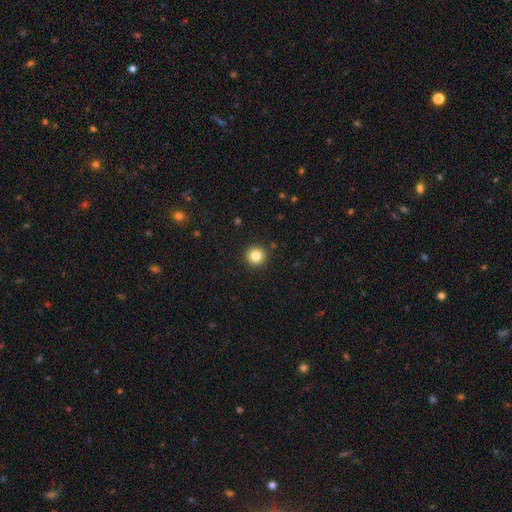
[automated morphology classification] Overall: smooth (83%). How rounded: round (95%). Merging: none (92%).